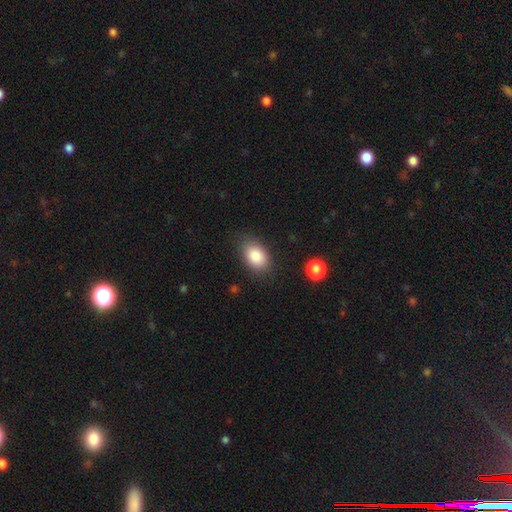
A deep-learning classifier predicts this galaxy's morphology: A smooth galaxy with no disk features (86%) that is in between round and cigar-shaped (85%).

Vote fractions:
- Smooth or featured? smooth: 86% / star or artifact: 8% / featured or disk: 6%
- How rounded? in between: 85% / round: 14% / cigar-shaped: 1%
- Merging? none: 82% / minor disturbance: 13% / major disturbance: 4% / merger: 2%